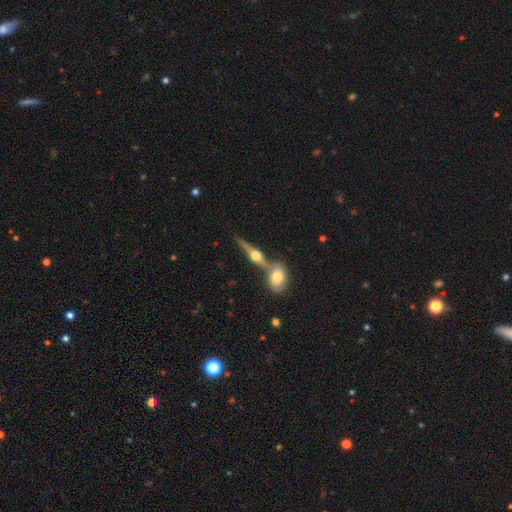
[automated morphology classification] featured or disk 77%, smooth 16%, star or artifact 6%. Down the decision tree: edge-on disk — yes (95%); edge-on bulge — rounded (96%); merging — none (57%).